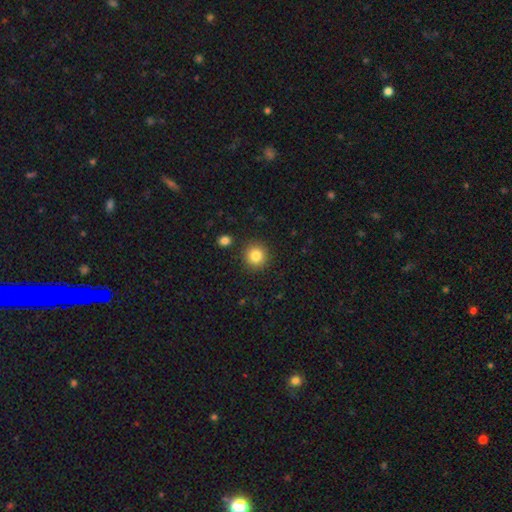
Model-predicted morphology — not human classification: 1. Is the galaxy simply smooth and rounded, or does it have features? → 84% smooth, 10% star or artifact, 6% featured or disk.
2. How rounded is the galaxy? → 93% round, 7% in between, 1% cigar-shaped.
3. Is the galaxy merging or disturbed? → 90% none, 6% minor disturbance, 2% merger, 2% major disturbance.